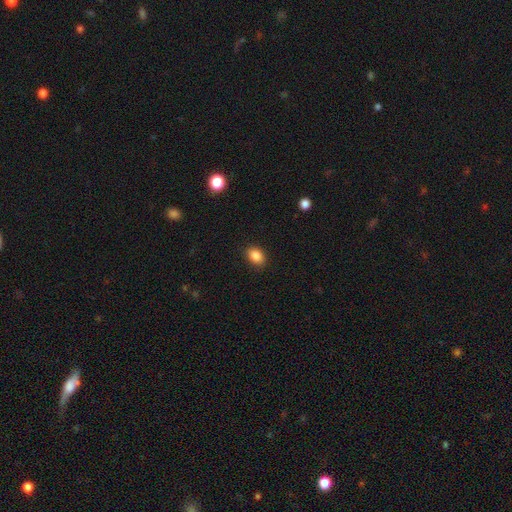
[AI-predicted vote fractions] Smooth or featured?
  - smooth: 87% *
  - star or artifact: 9%
  - featured or disk: 4%
How rounded?
  - in between: 77% *
  - round: 22%
  - cigar-shaped: 1%
Merging?
  - none: 88% *
  - minor disturbance: 9%
  - major disturbance: 2%
  - merger: 1%